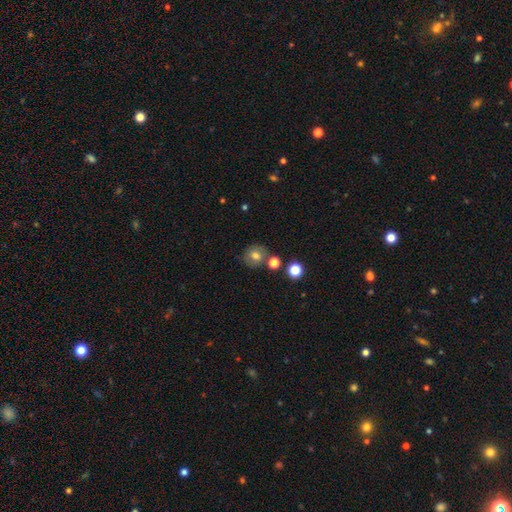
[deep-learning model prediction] Smooth or featured: smooth — 74% (featured or disk — 13%)
How rounded: round — 82% (in between — 17%)
Merging: none — 73% (merger — 12%)